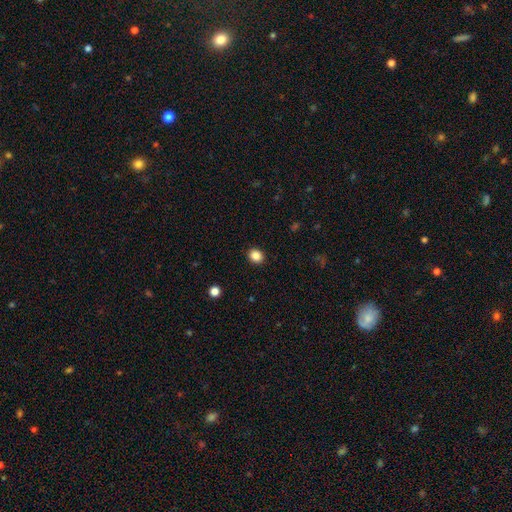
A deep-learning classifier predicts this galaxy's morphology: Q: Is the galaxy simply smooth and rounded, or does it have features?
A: smooth — 86%.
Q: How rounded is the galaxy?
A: round — 67%.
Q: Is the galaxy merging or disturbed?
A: none — 91%.